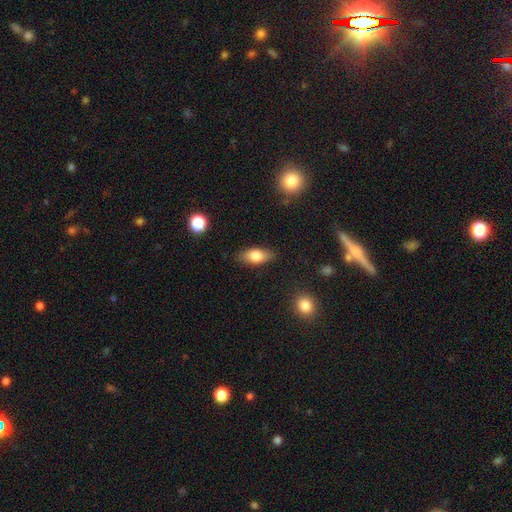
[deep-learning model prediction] A smooth galaxy with no disk features (76%) that is in between round and cigar-shaped (84%).

Vote fractions:
- Smooth or featured? smooth: 76% / featured or disk: 17% / star or artifact: 7%
- How rounded? in between: 84% / cigar-shaped: 12% / round: 5%
- Merging? none: 84% / minor disturbance: 12% / major disturbance: 3% / merger: 1%